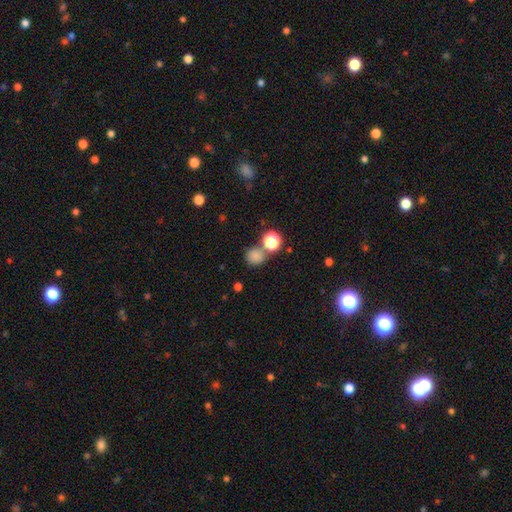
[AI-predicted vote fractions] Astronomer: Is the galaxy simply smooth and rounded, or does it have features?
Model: smooth — 77%.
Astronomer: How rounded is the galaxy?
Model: round — 84%.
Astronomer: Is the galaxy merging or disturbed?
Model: none — 66%.